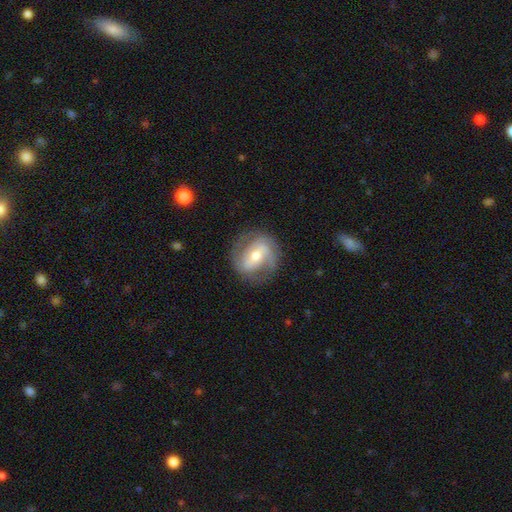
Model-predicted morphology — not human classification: This is likely a featured or disk galaxy (73%). It is clearly not viewed edge-on (96%). Bar: marginally weak (40%). Spiral arm pattern: clearly yes (84%). Spiral arm count: likely 2 (78%). Spiral winding: marginally medium (44%). Central bulge: likely moderate (62%). Merging: likely none (77%).